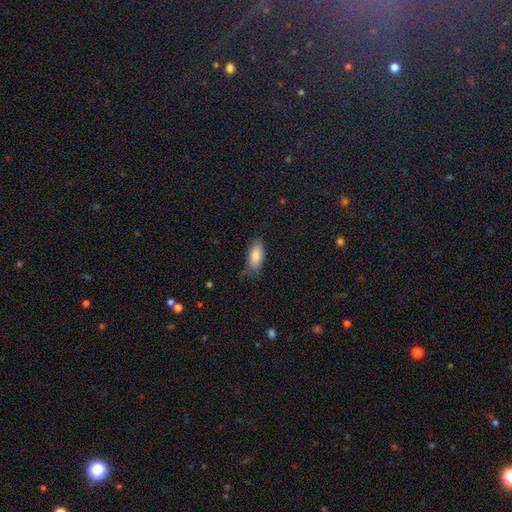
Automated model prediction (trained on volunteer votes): Q: Smooth or featured?
A: smooth (83%); runner-up: featured or disk (11%)
Q: How rounded?
A: in between (83%); runner-up: cigar-shaped (15%)
Q: Merging?
A: none (70%); runner-up: minor disturbance (23%)